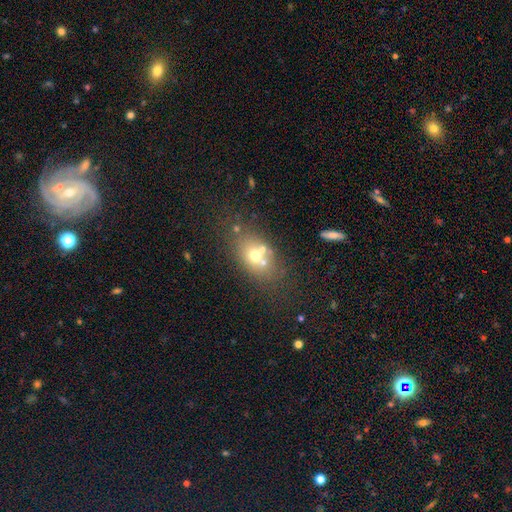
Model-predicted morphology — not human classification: Smooth or featured? Predicted: smooth (p=0.59). How rounded? Predicted: in between (p=0.66). Merging? Predicted: none (p=0.51).